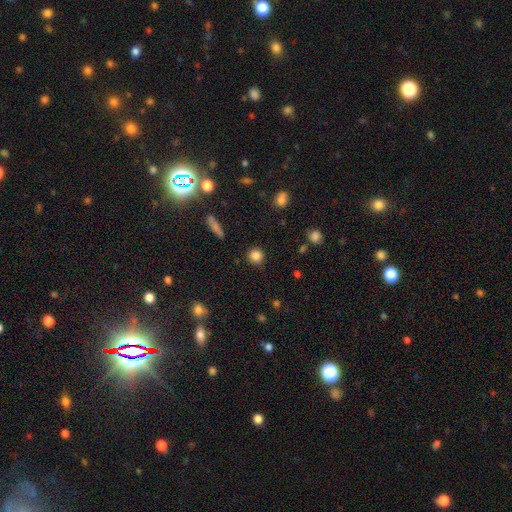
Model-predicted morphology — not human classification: Smooth or featured? smooth (84%)
How rounded? round (91%)
Merging? none (89%)